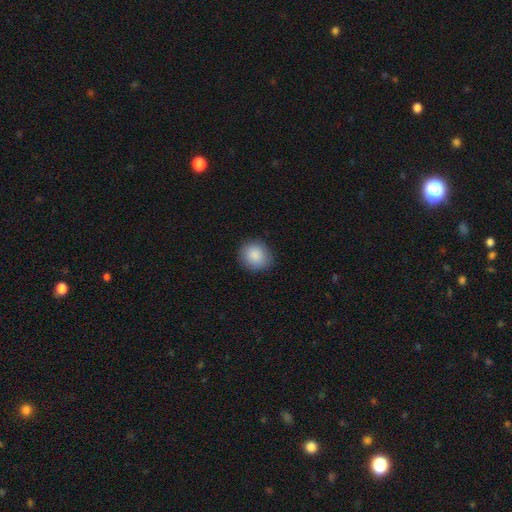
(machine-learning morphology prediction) Smooth or featured: smooth — 88% (star or artifact — 8%)
How rounded: round — 85% (in between — 14%)
Merging: none — 87% (minor disturbance — 9%)